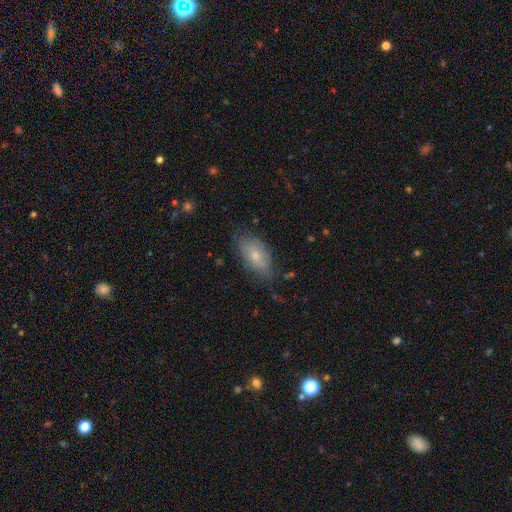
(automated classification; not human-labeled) Smooth or featured? smooth (71%)
How rounded? in between (91%)
Merging? none (67%)